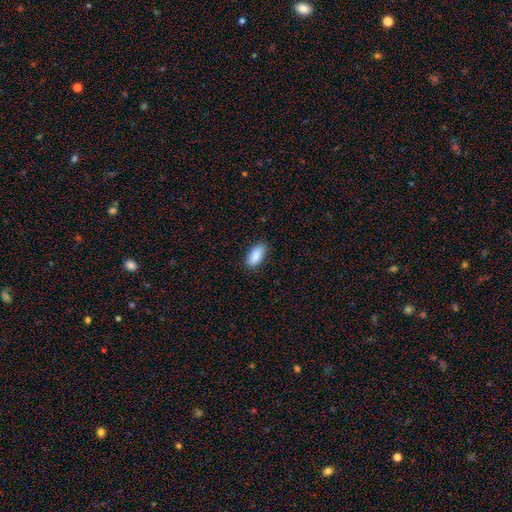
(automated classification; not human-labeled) smooth_or_featured: smooth (p=0.89) [alt: star or artifact p=0.06]
how_rounded: in between (p=0.92) [alt: cigar-shaped p=0.06]
merging: none (p=0.85) [alt: minor disturbance p=0.11]